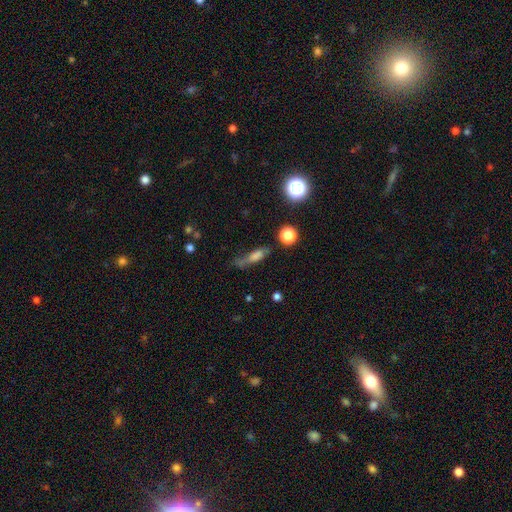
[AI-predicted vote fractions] Smooth or featured: smooth — 64% (featured or disk — 19%)
How rounded: cigar-shaped — 48% (in between — 43%)
Merging: none — 44% (minor disturbance — 27%)